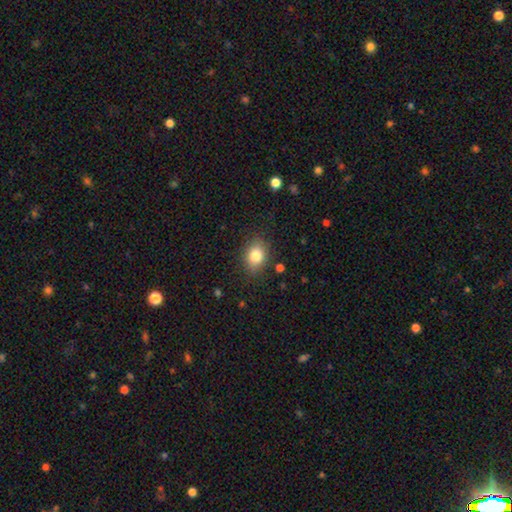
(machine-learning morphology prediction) smooth-or-featured: smooth: 81% | star or artifact: 10% | featured or disk: 9%
  how-rounded: in between: 62% | round: 36% | cigar-shaped: 1%
  merging: none: 84% | minor disturbance: 11% | major disturbance: 3% | merger: 1%